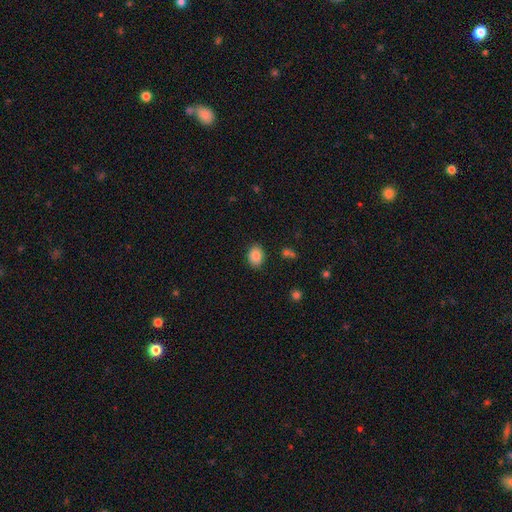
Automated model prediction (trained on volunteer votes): smooth 86%, star or artifact 9%, featured or disk 5%. Down the decision tree: how rounded — in between (64%); merging — none (86%).